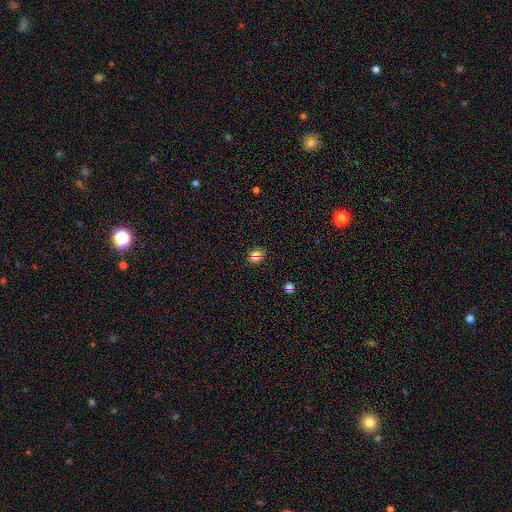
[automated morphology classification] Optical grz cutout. It shows a smooth galaxy with no disk features (61%) that is round (74%). Merging: none (86%).